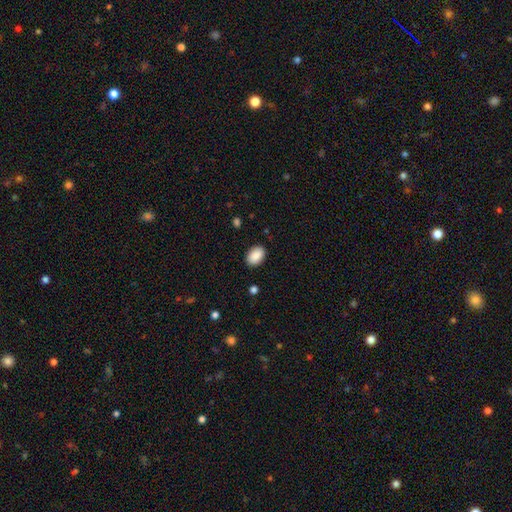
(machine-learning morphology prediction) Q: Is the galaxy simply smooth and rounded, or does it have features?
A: smooth — 89%.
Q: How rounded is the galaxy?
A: in between — 85%.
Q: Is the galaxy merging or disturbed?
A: none — 88%.